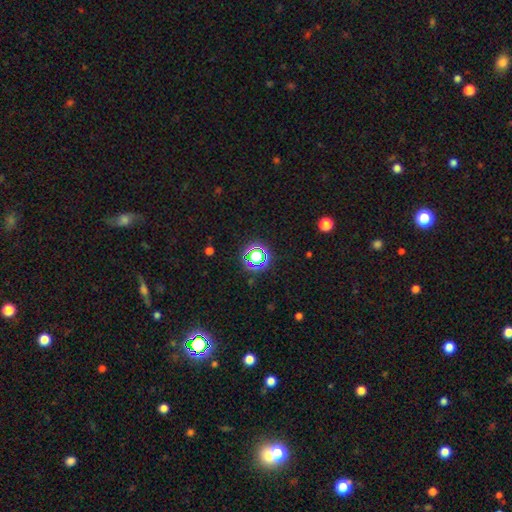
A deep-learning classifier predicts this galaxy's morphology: Smooth or featured? Predicted: star or artifact (p=0.56).